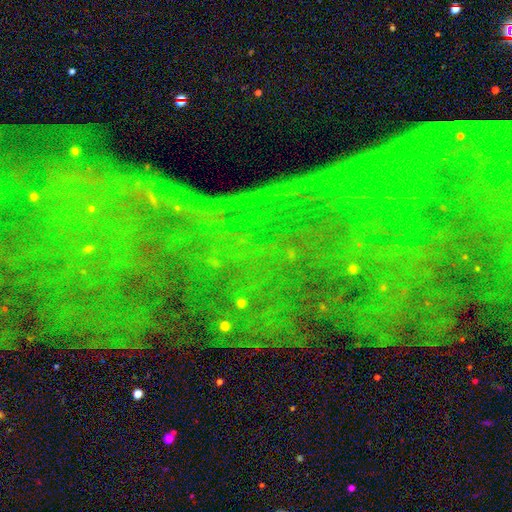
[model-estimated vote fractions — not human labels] This is clearly a star or artifact rather than a galaxy (83%).